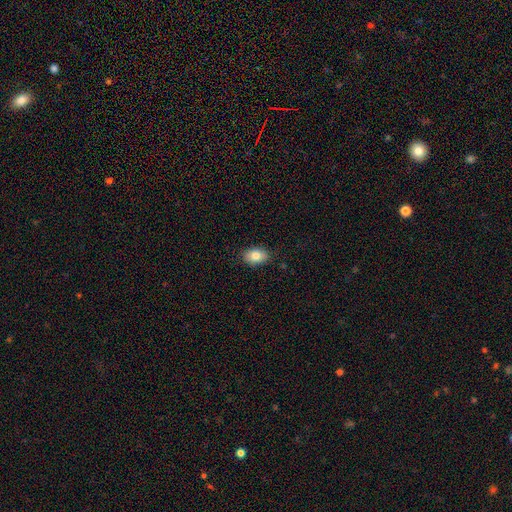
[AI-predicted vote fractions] Smooth or featured?
  - smooth: 83% *
  - featured or disk: 9%
  - star or artifact: 8%
How rounded?
  - in between: 84% *
  - round: 15%
  - cigar-shaped: 1%
Merging?
  - none: 86% *
  - minor disturbance: 11%
  - major disturbance: 2%
  - merger: 1%